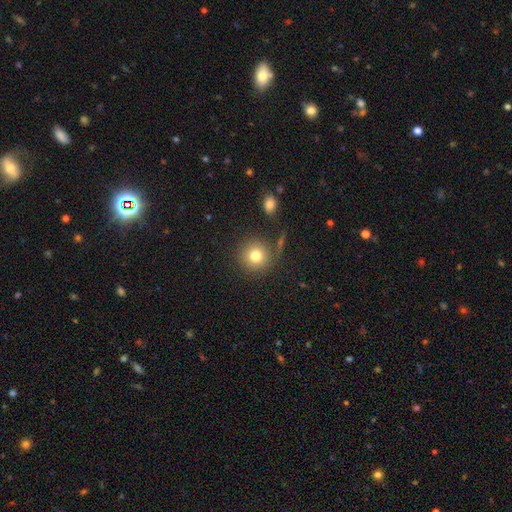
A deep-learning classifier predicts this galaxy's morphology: A smooth galaxy with no disk features (79%) that is round (93%). Merging: none (82%).